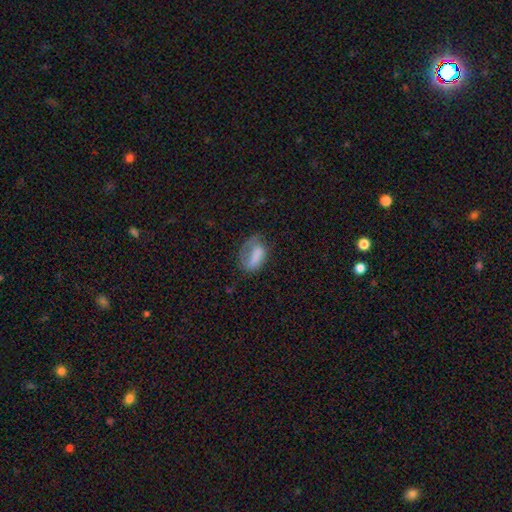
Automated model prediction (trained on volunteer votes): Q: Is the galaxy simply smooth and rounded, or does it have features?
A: smooth — 64%.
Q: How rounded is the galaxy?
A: in between — 85%.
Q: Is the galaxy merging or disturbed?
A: none — 39%.